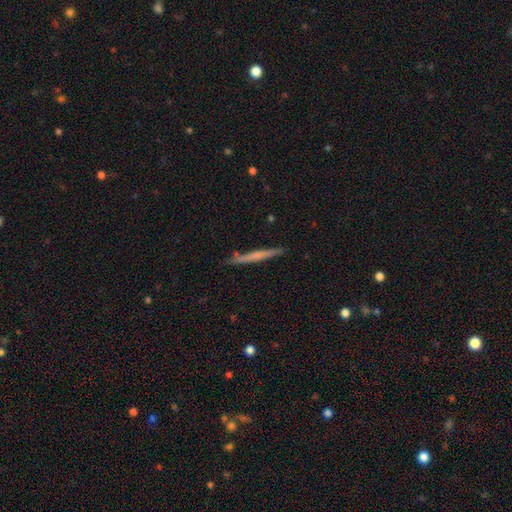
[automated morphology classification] smooth-or-featured: smooth: 48% | featured or disk: 46% | star or artifact: 6%
  merging: none: 88% | minor disturbance: 8% | merger: 2% | major disturbance: 2%